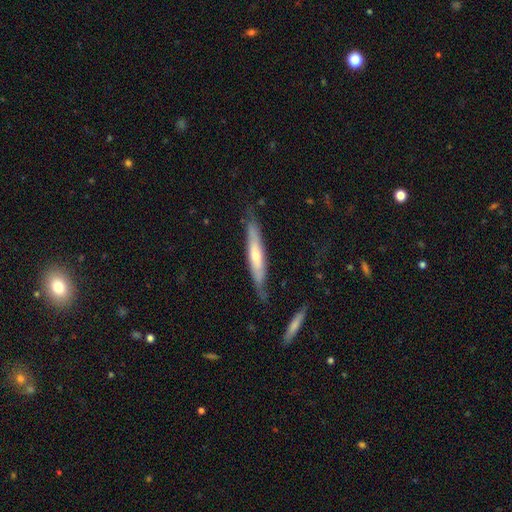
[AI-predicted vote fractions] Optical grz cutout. It shows a featured or disk galaxy (52%) viewed edge-on (77%). Merging: none (72%).